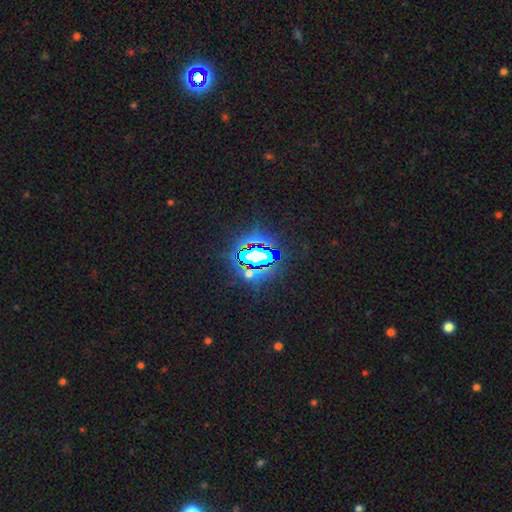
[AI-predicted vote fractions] Smooth or featured?
  - star or artifact: 74% *
  - smooth: 14%
  - featured or disk: 12%